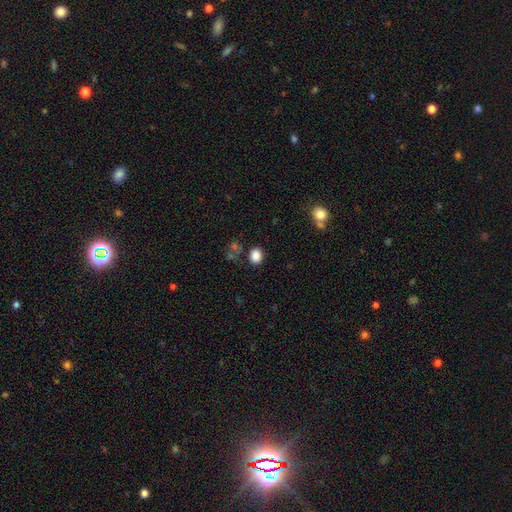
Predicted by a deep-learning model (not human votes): Smooth or featured? smooth (85%)
How rounded? round (55%)
Merging? none (80%)